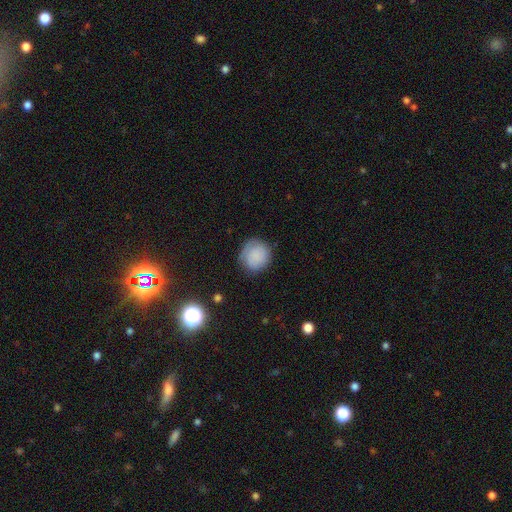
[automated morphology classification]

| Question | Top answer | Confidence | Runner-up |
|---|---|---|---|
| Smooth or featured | smooth | 81% | featured or disk (10%) |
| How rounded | round | 88% | in between (11%) |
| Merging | none | 73% | minor disturbance (20%) |